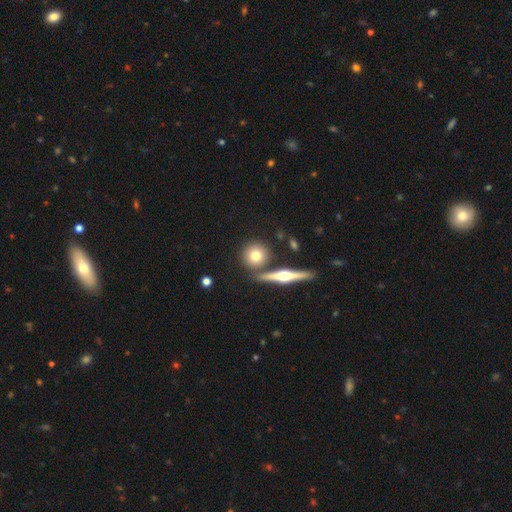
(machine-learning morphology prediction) Smooth or featured? Predicted: smooth (p=0.70). How rounded? Predicted: round (p=0.88). Merging? Predicted: none (p=0.75).